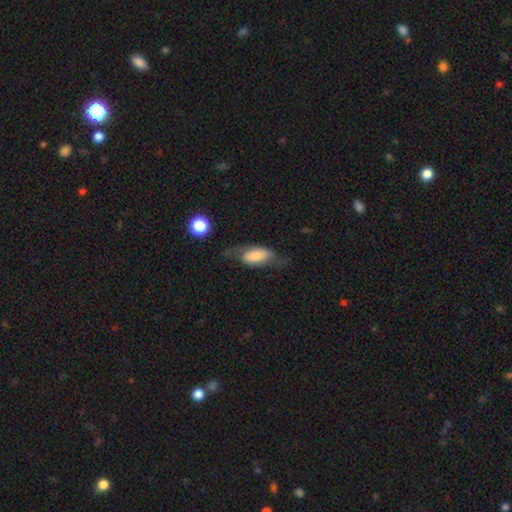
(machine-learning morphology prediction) type=smooth (57%); roundness=in between (85%); merging=none (48%).